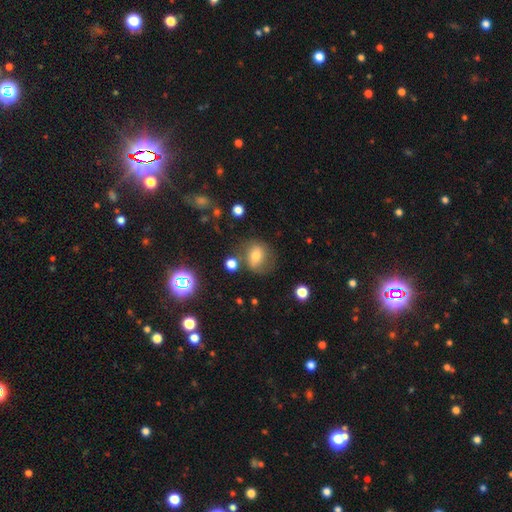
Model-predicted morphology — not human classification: A smooth galaxy with no disk features (64%) that is round (61%). Merging: none (61%).